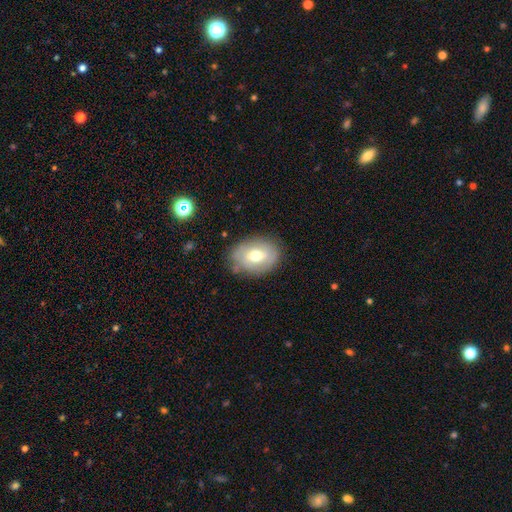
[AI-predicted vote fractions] This appears to be a smooth galaxy with no disk features (58%) that is in between round and cigar-shaped (72%). Merging: none (77%).